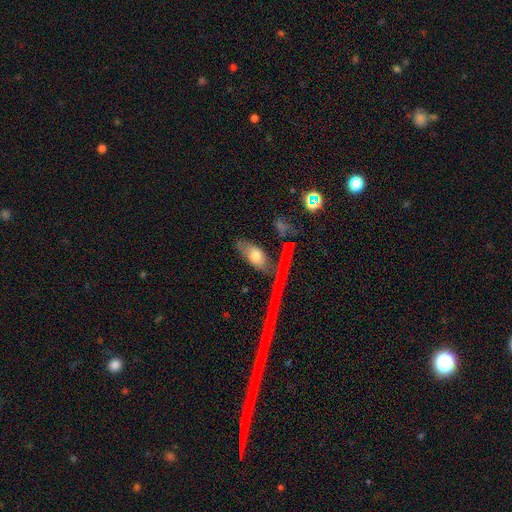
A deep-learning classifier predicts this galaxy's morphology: Smooth or featured? Predicted: smooth (p=0.64). How rounded? Predicted: in between (p=0.86). Merging? Predicted: none (p=0.51).